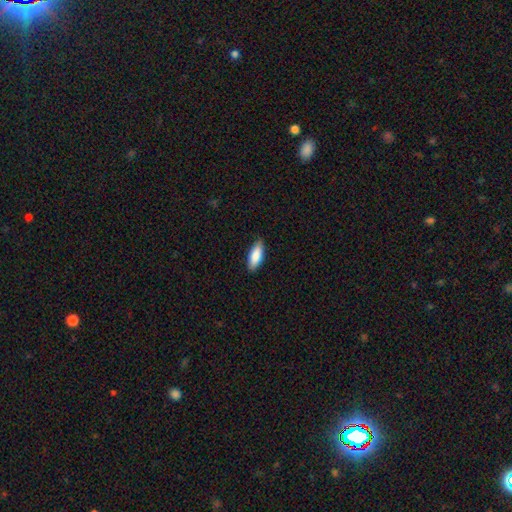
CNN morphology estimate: A smooth galaxy with no disk features (85%) that is in between round and cigar-shaped (76%). Merging: none (86%).